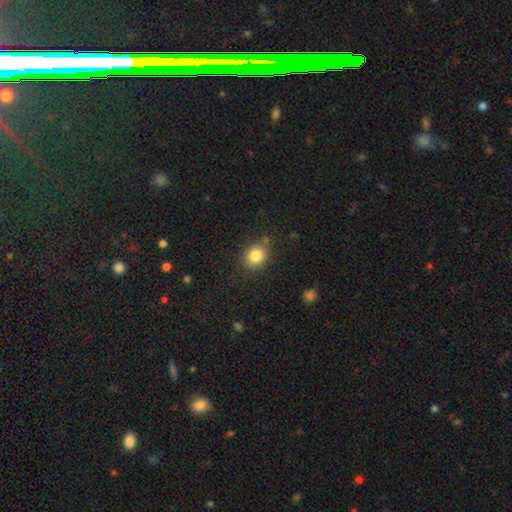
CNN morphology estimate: The model was most divided on "how rounded": round: 64%, in between: 35%, cigar-shaped: 1%. More confident: smooth or featured — smooth (84%); merging — none (81%).